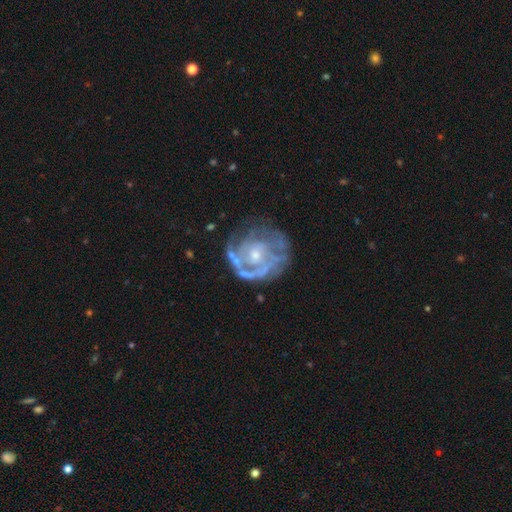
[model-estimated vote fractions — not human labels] Overall: featured or disk (82%). Edge-on disk: no (98%). Bar: no (76%). Spiral arms: yes (81%). Spiral arm count: can't tell (40%; 2 21%). Spiral winding: tight (60%; medium 29%). Bulge size: small (54%; moderate 39%). Merging: none (60%; minor disturbance 21%).